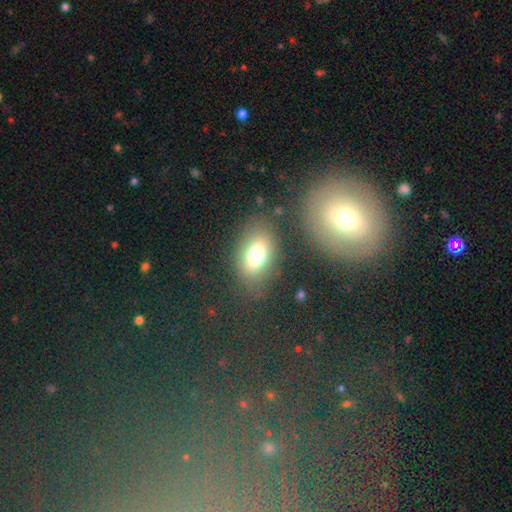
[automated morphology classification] Smooth or featured: smooth — 70% (featured or disk — 17%)
How rounded: in between — 78% (round — 19%)
Merging: none — 77% (minor disturbance — 13%)